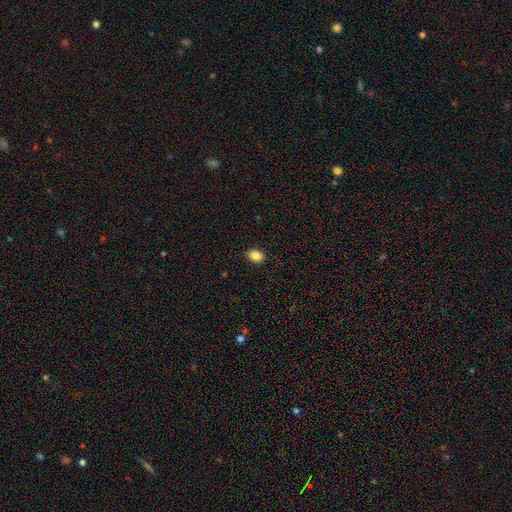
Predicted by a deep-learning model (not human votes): Overall: smooth (87%). How rounded: in between (80%). Merging: none (90%).